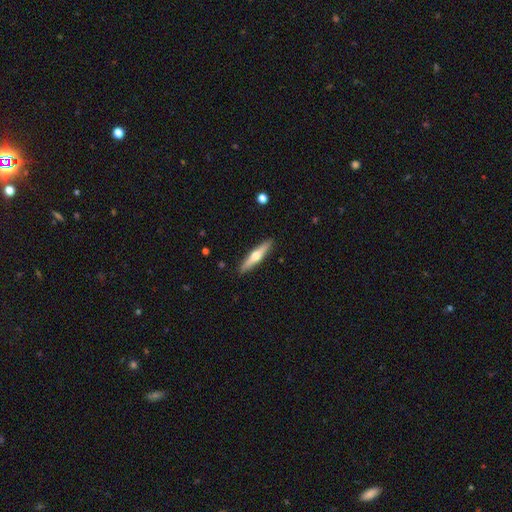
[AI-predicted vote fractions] Morphology: type=featured or disk (58%); edge-on=yes (96%); edge-on bulge=rounded (93%); merging=none (91%).